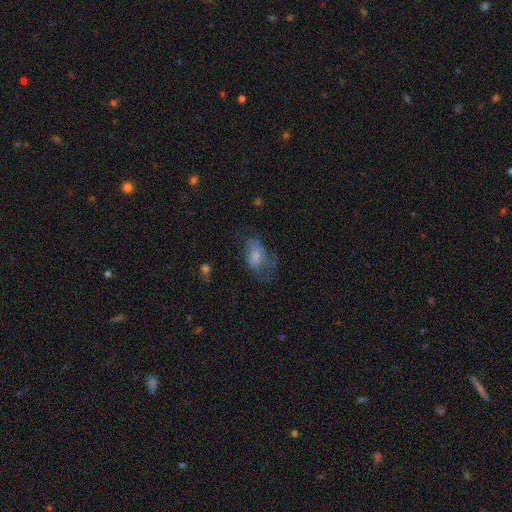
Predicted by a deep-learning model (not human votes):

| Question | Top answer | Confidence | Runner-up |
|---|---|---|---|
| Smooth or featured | smooth | 53% | featured or disk (36%) |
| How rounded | in between | 86% | round (11%) |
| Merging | major disturbance | 39% | none (34%) |